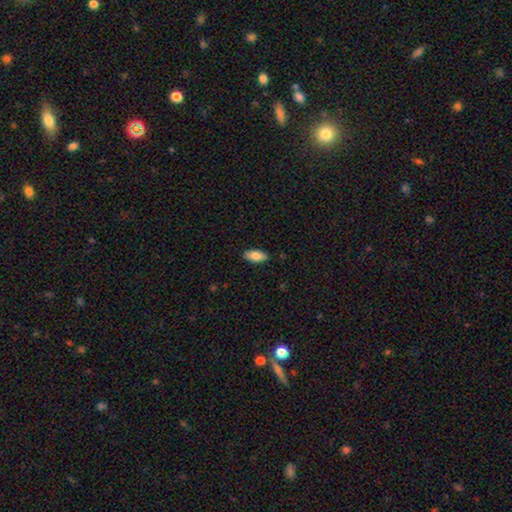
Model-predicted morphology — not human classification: Smooth or featured: smooth — 79% (featured or disk — 15%)
How rounded: in between — 88% (cigar-shaped — 10%)
Merging: none — 88% (minor disturbance — 9%)